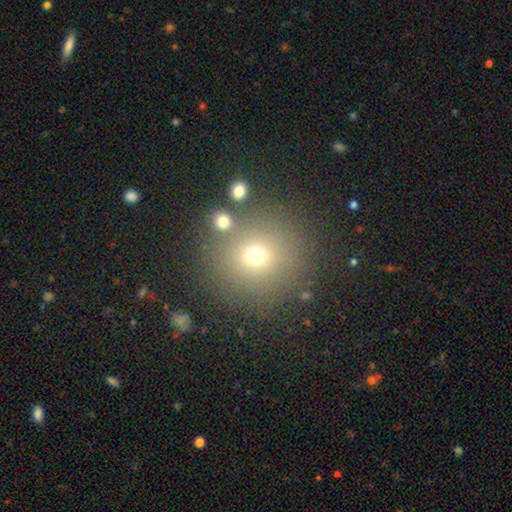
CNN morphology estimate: A smooth galaxy with no disk features (68%) that is round (90%). Merging: none (80%).